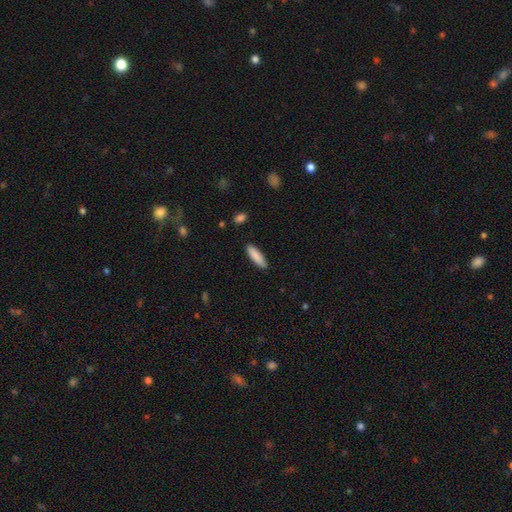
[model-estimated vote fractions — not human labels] smooth_or_featured: smooth (p=0.88) [alt: featured or disk p=0.06]
how_rounded: cigar-shaped (p=0.64) [alt: in between p=0.35]
merging: none (p=0.87) [alt: minor disturbance p=0.10]